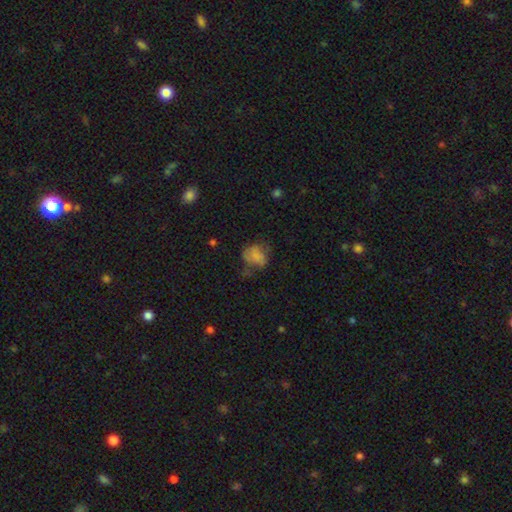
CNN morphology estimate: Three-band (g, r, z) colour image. It shows a smooth galaxy with no disk features (68%) that is in between round and cigar-shaped (53%). Merging: none (40%).